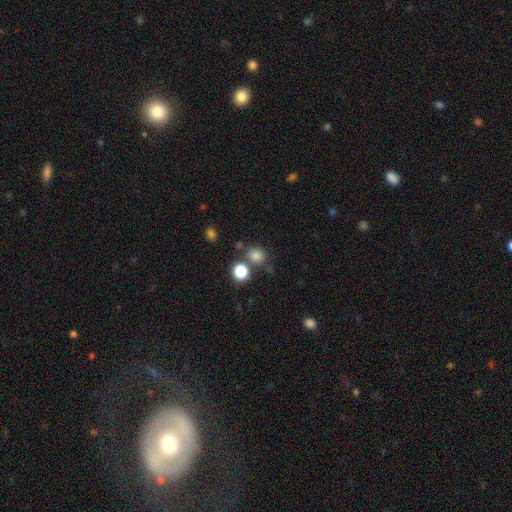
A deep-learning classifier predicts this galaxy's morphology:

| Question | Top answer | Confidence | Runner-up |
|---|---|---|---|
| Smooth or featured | smooth | 79% | star or artifact (16%) |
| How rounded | round | 80% | in between (20%) |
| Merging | none | 71% | merger (14%) |